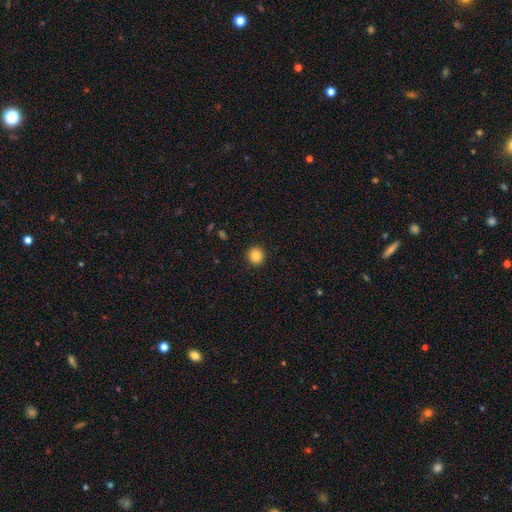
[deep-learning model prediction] Smooth or featured? Predicted: smooth (p=0.85). How rounded? Predicted: round (p=0.93). Merging? Predicted: none (p=0.92).